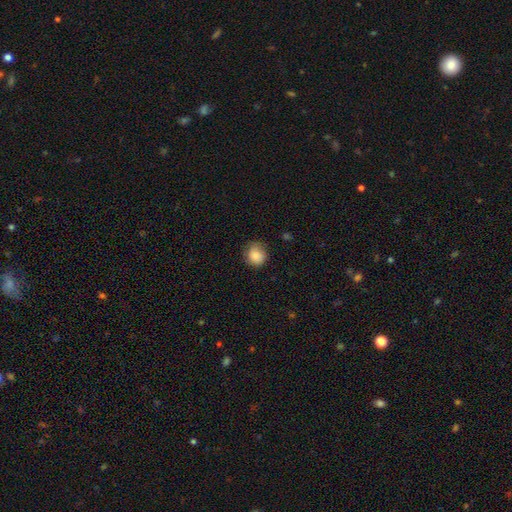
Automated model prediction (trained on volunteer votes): This appears to be a smooth galaxy with no disk features (86%) that is round (80%). Merging: none (70%).